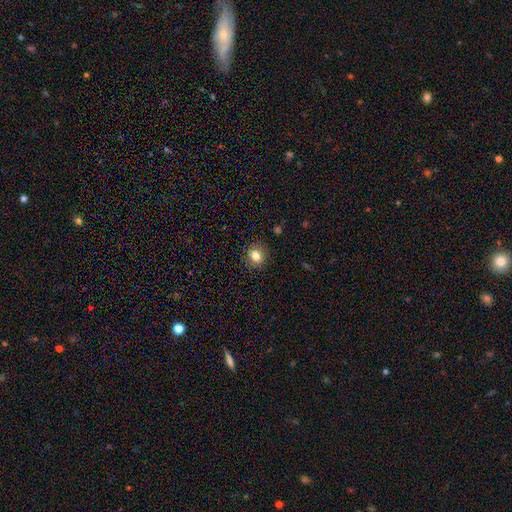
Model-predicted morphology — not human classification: Q: Smooth or featured?
A: smooth (81%); runner-up: star or artifact (11%)
Q: How rounded?
A: round (82%); runner-up: in between (17%)
Q: Merging?
A: none (89%); runner-up: minor disturbance (8%)